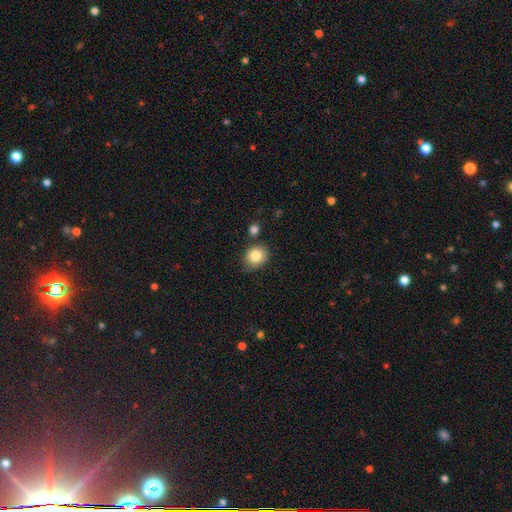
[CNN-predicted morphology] smooth_or_featured: smooth (p=0.83) [alt: star or artifact p=0.09]
how_rounded: round (p=0.65) [alt: in between p=0.34]
merging: none (p=0.75) [alt: minor disturbance p=0.15]